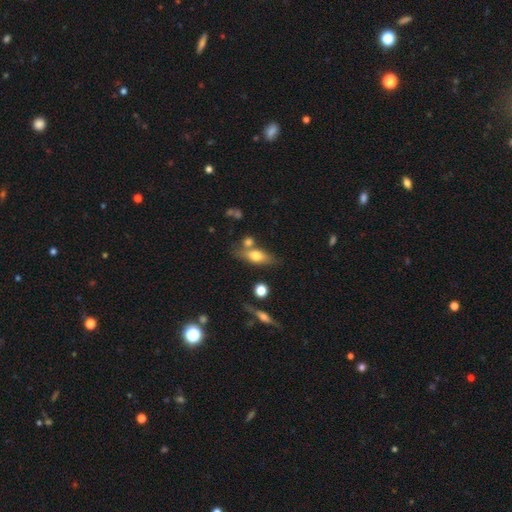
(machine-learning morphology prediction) Q: Smooth or featured?
A: smooth (65%); runner-up: featured or disk (28%)
Q: How rounded?
A: in between (66%); runner-up: cigar-shaped (27%)
Q: Merging?
A: none (60%); runner-up: merger (20%)